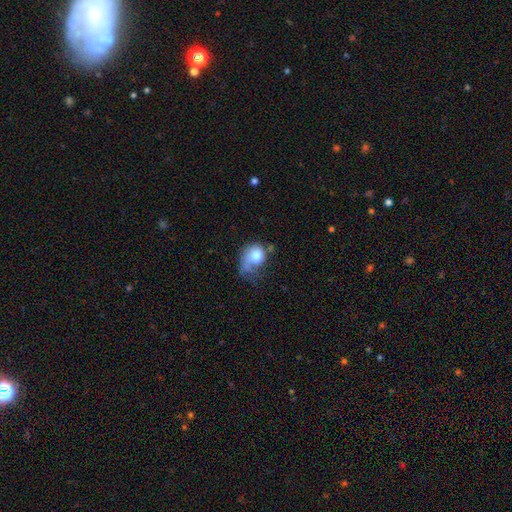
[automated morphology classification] smooth_or_featured: smooth (p=0.65) [alt: featured or disk p=0.28]
how_rounded: in between (p=0.51) [alt: round p=0.48]
merging: major disturbance (p=0.46) [alt: none p=0.24]